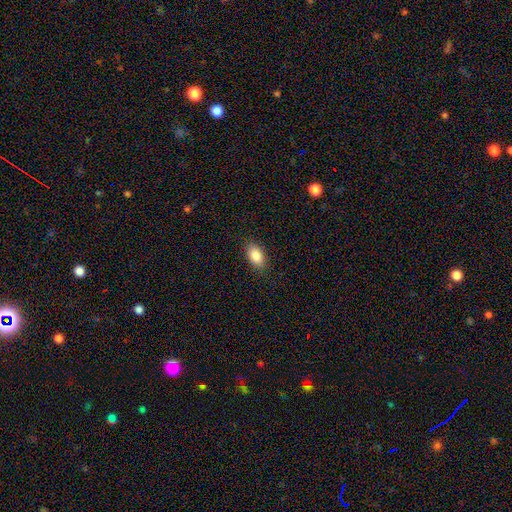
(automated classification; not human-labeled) smooth_or_featured: smooth (p=0.87) [alt: star or artifact p=0.07]
how_rounded: in between (p=0.92) [alt: round p=0.06]
merging: none (p=0.87) [alt: minor disturbance p=0.10]